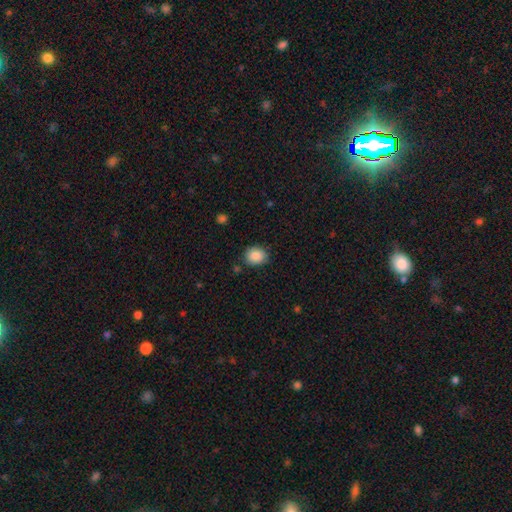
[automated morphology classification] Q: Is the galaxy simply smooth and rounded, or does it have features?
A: smooth — 87%.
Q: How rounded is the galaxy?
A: round — 66%.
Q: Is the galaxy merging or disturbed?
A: none — 82%.